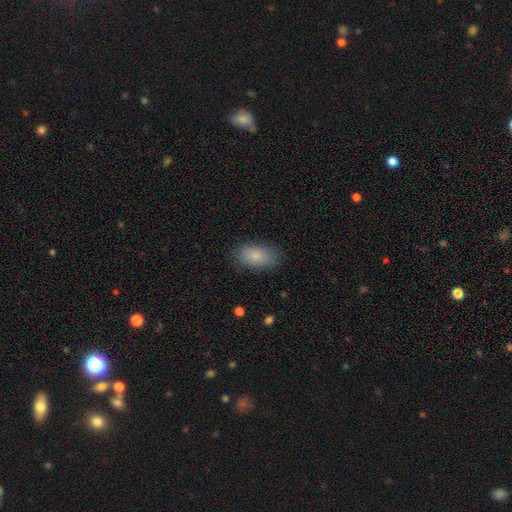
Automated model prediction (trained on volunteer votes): Smooth or featured? Predicted: smooth (p=0.85). How rounded? Predicted: in between (p=0.92). Merging? Predicted: none (p=0.84).